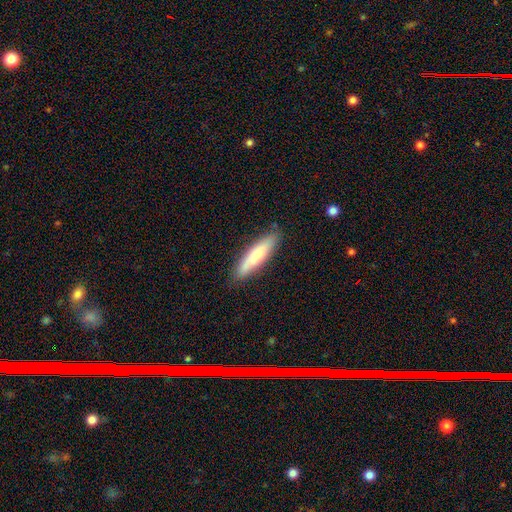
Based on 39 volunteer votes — A smooth galaxy with no disk features (79%) that is cigar-shaped (84%). Merging: none (81%).